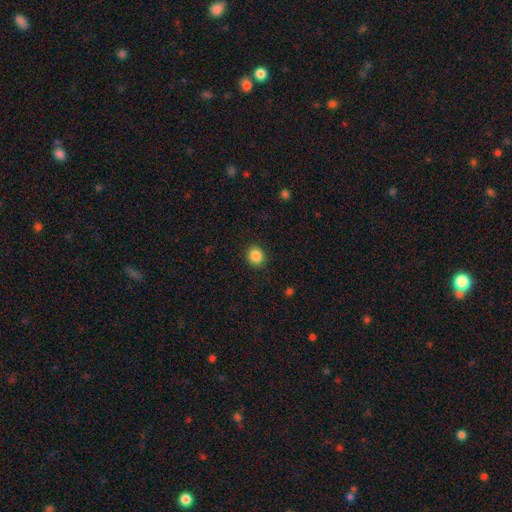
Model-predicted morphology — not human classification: Smooth or featured? Predicted: smooth (p=0.86). How rounded? Predicted: round (p=0.82). Merging? Predicted: none (p=0.90).